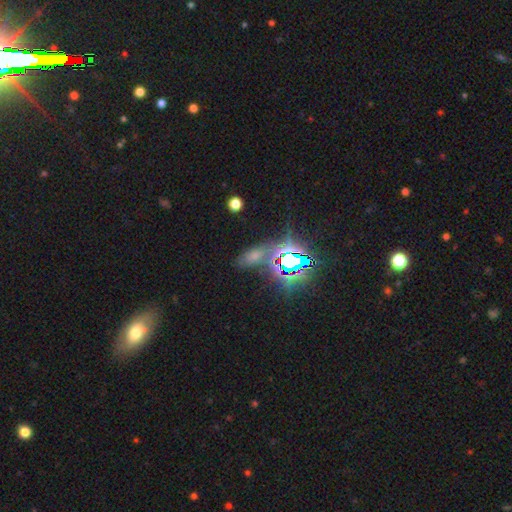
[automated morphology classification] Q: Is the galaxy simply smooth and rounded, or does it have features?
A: star or artifact — 48%.